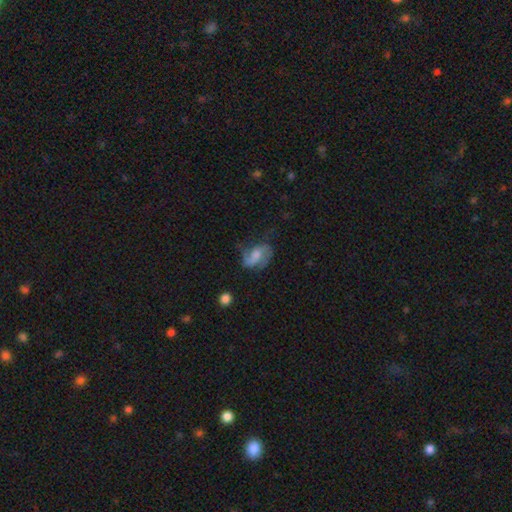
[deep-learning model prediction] featured or disk 63%, smooth 28%, star or artifact 8%. Down the decision tree: edge-on disk — no (97%); bar — no (54%); spiral arms — yes (87%); spiral arm count — 2 (74%); spiral winding — loose (45%); bulge size — moderate (41%); merging — none (47%).